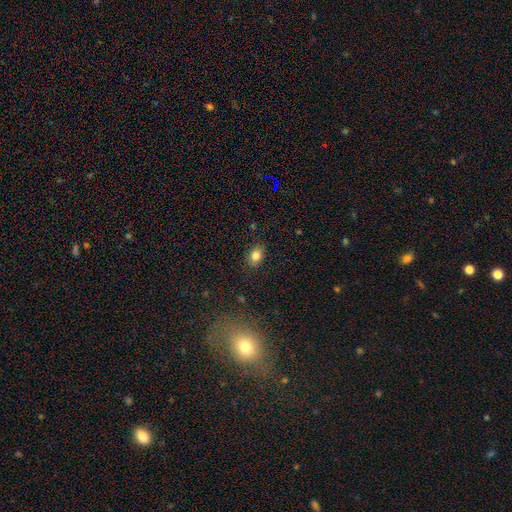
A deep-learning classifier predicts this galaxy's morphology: Smooth or featured? Predicted: smooth (p=0.82). How rounded? Predicted: in between (p=0.70). Merging? Predicted: none (p=0.85).